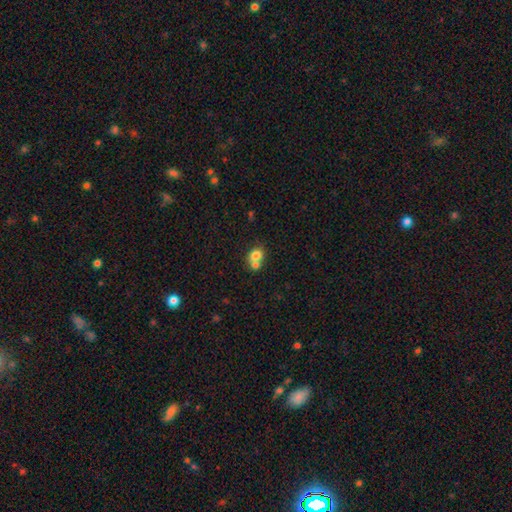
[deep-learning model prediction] Smooth or featured: smooth — 76% (featured or disk — 14%)
How rounded: round — 63% (in between — 36%)
Merging: merger — 60% (none — 31%)